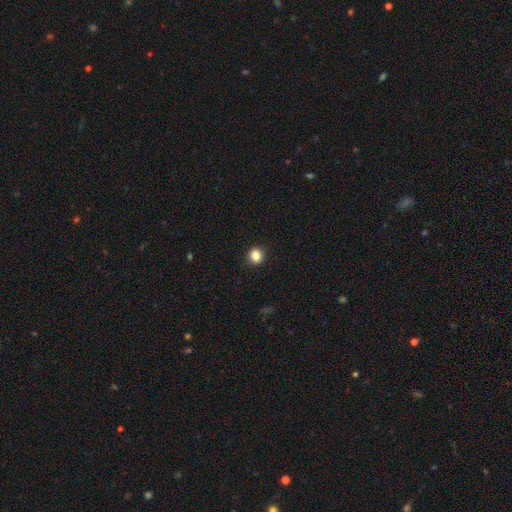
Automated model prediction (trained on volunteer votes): A smooth galaxy with no disk features (84%) that is round (82%). Merging: none (91%).